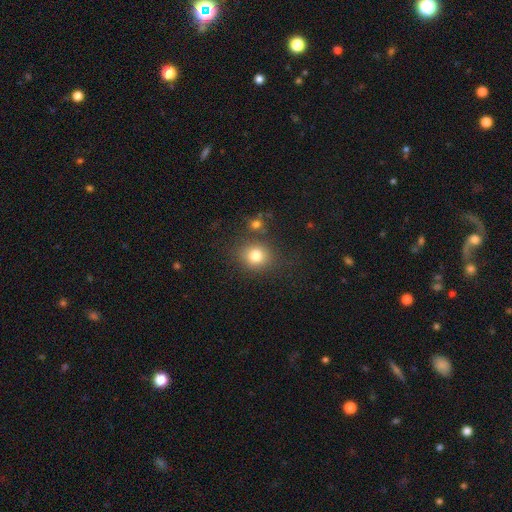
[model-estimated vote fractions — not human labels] Morphology: type=smooth (80%); roundness=round (79%); merging=none (77%).